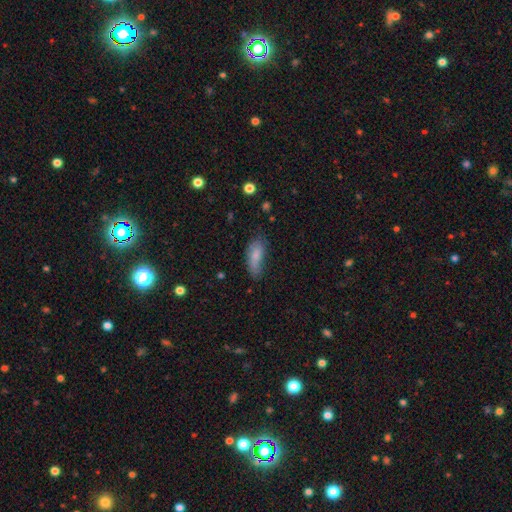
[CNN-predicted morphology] Smooth or featured: smooth — 81% (featured or disk — 12%)
How rounded: in between — 74% (cigar-shaped — 24%)
Merging: none — 58% (minor disturbance — 31%)